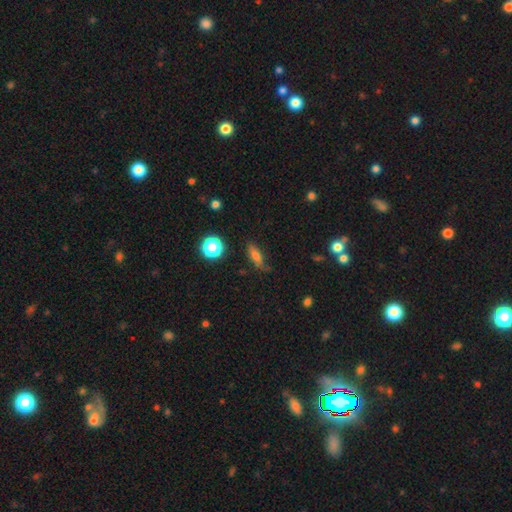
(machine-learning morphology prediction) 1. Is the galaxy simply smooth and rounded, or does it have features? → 71% smooth, 17% featured or disk, 13% star or artifact.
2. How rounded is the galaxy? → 56% in between, 34% cigar-shaped, 10% round.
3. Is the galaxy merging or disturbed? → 66% none, 24% minor disturbance, 7% major disturbance, 3% merger.